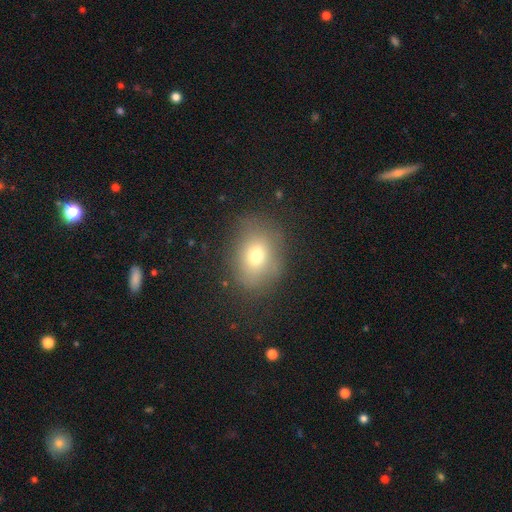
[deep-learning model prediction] smooth_or_featured: smooth (p=0.72) [alt: featured or disk p=0.14]
how_rounded: in between (p=0.51) [alt: round p=0.48]
merging: none (p=0.75) [alt: minor disturbance p=0.16]